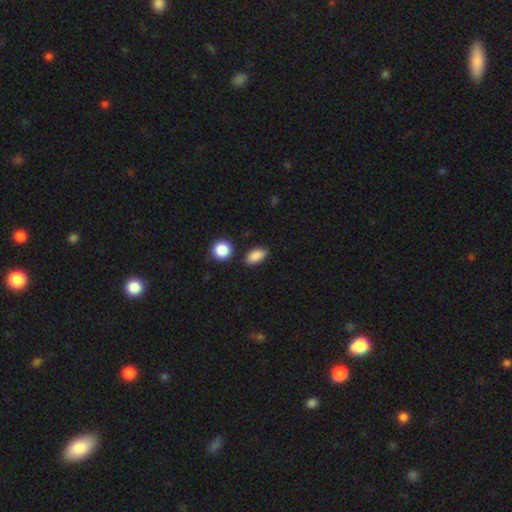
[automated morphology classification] smooth-or-featured: smooth: 87% | star or artifact: 8% | featured or disk: 5%
  how-rounded: in between: 88% | round: 8% | cigar-shaped: 4%
  merging: none: 82% | minor disturbance: 12% | merger: 4% | major disturbance: 3%